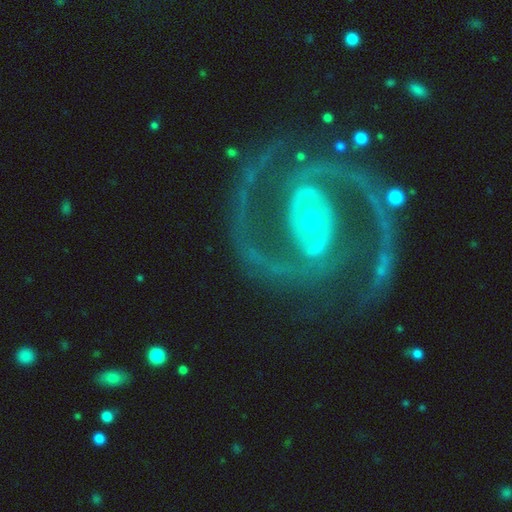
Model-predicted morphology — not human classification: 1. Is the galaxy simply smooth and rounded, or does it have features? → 93% featured or disk, 4% star or artifact, 2% smooth.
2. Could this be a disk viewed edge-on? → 98% no, 2% yes.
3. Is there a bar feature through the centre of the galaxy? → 38% no, 32% strong, 30% weak.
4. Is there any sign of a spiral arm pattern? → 98% yes, 2% no.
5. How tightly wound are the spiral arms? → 51% medium, 40% tight, 9% loose.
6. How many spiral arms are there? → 91% 2, 2% 3, 2% can't tell, 1% 1, 1% 4, 1% more than 4.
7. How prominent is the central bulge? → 68% small, 26% moderate, 3% large, 2% none, 1% dominant.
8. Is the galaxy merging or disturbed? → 78% none, 12% minor disturbance, 8% major disturbance, 2% merger.